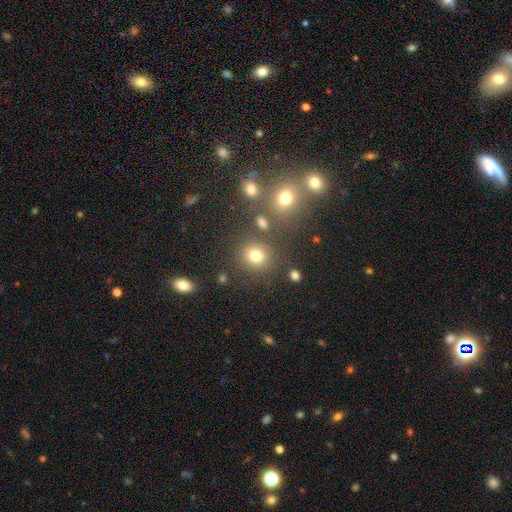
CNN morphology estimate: Smooth or featured: smooth — 75% (star or artifact — 18%)
How rounded: round — 82% (in between — 17%)
Merging: none — 79% (minor disturbance — 9%)